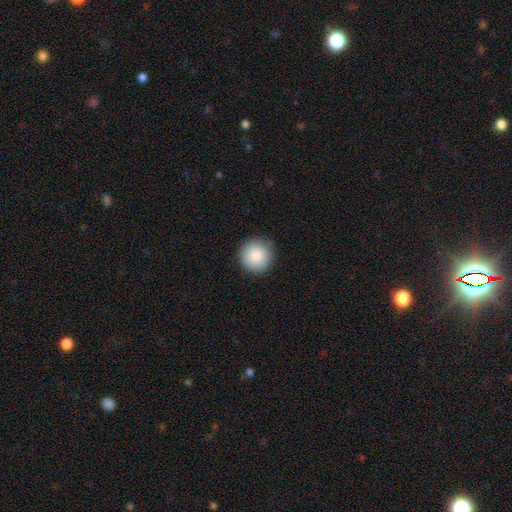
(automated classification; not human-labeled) A smooth galaxy with no disk features (87%) that is round (94%).

Vote fractions:
- Smooth or featured? smooth: 87% / star or artifact: 8% / featured or disk: 5%
- How rounded? round: 94% / in between: 5% / cigar-shaped: 1%
- Merging? none: 89% / minor disturbance: 8% / major disturbance: 2% / merger: 1%